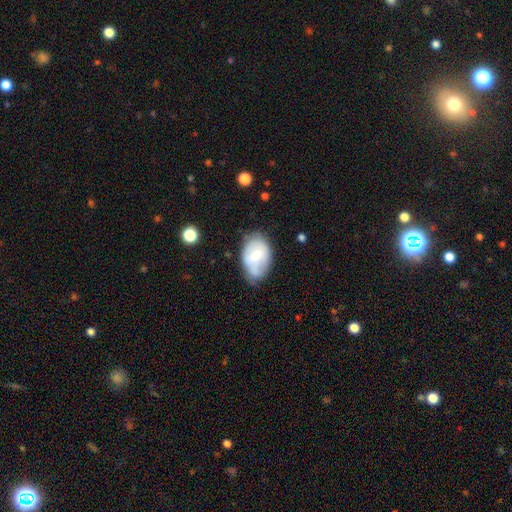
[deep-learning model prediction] smooth-or-featured: smooth: 56% | featured or disk: 37% | star or artifact: 7%
  how-rounded: in between: 86% | round: 13% | cigar-shaped: 1%
  merging: none: 49% | minor disturbance: 35% | major disturbance: 10% | merger: 6%